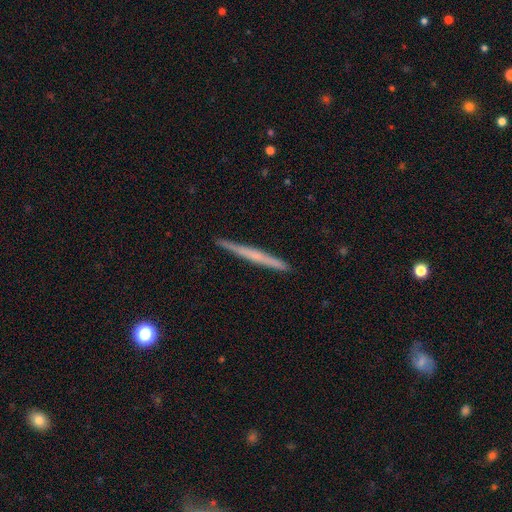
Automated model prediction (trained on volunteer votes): smooth-or-featured: featured or disk: 52% | smooth: 42% | star or artifact: 6%
  disk-edge-on: yes: 98% | no: 2%
    edge-on-bulge: none: 74% | rounded: 20% | boxy: 6%
  merging: none: 92% | minor disturbance: 6% | major disturbance: 1% | merger: 1%